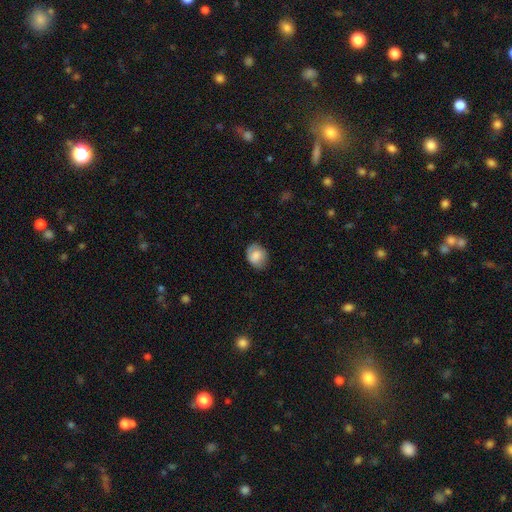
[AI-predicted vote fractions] smooth_or_featured: smooth (p=0.77) [alt: featured or disk p=0.15]
how_rounded: in between (p=0.53) [alt: round p=0.46]
merging: none (p=0.74) [alt: minor disturbance p=0.20]